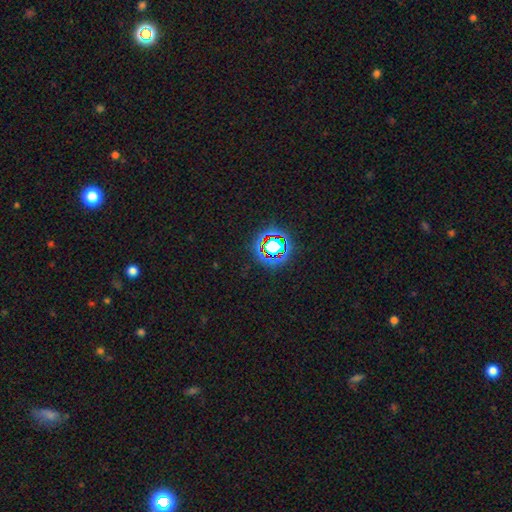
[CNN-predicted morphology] A star or artifact, not a galaxy (77%).

Vote fractions:
- Smooth or featured? star or artifact: 77% / smooth: 14% / featured or disk: 8%